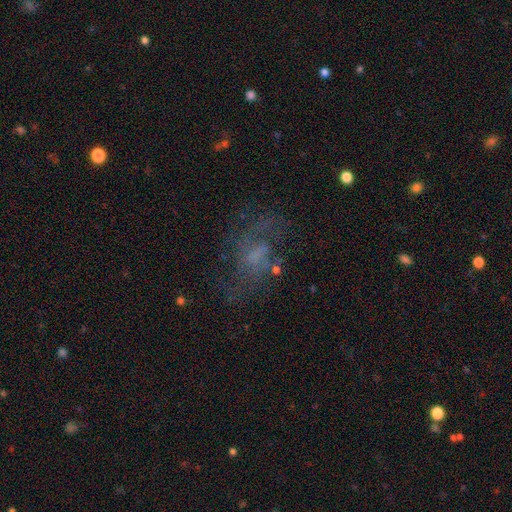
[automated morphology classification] A featured or disk galaxy (60%) with no bar (53%), spiral arms (70%) and no central bulge (48%).

Vote fractions:
- Smooth or featured? featured or disk: 60% / smooth: 25% / star or artifact: 15%
- Edge-on disk? no: 97% / yes: 3%
- Bar? no: 53% / weak: 39% / strong: 8%
- Spiral arms? yes: 70% / no: 30%
- Bulge size? none: 48% / small: 23% / moderate: 22% / large: 6% / dominant: 1%
- Merging? none: 53% / major disturbance: 25% / minor disturbance: 19% / merger: 3%